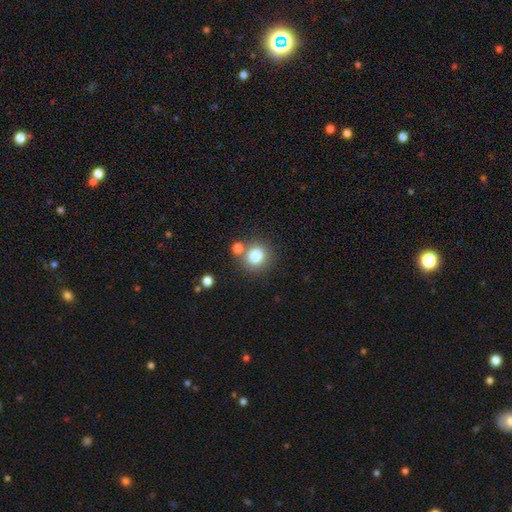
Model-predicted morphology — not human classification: Smooth or featured? Predicted: smooth (p=0.81). How rounded? Predicted: round (p=0.87). Merging? Predicted: none (p=0.71).